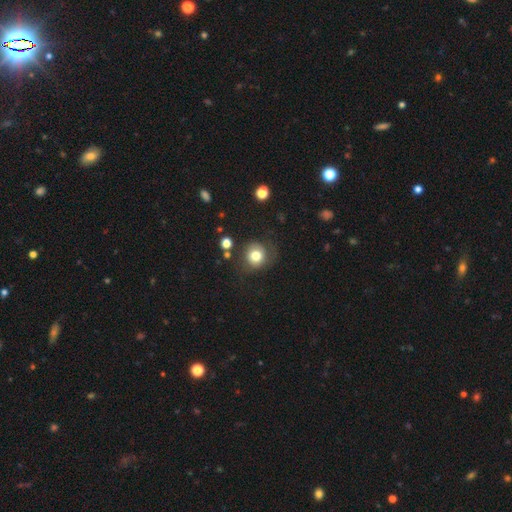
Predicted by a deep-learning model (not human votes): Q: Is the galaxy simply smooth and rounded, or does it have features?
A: smooth — 76%.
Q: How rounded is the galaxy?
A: round — 85%.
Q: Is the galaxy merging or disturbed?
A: none — 68%.